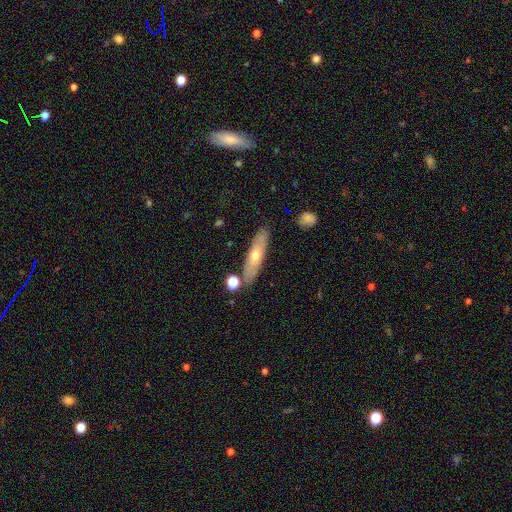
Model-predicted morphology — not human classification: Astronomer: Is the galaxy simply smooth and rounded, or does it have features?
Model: smooth — 47% (runner-up: featured or disk, 46%).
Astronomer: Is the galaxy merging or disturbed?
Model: none — 82%.